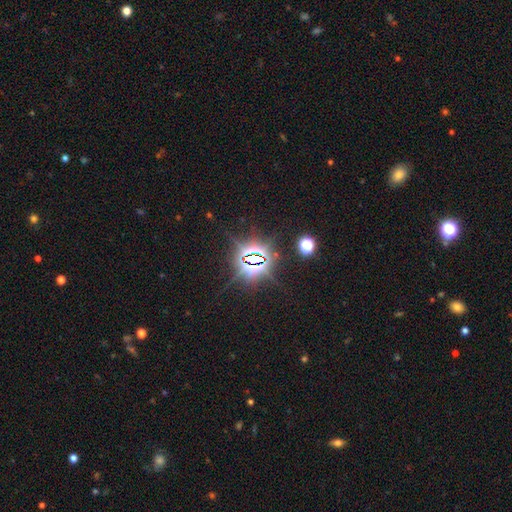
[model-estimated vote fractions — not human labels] Morphology: type=star or artifact (83%).